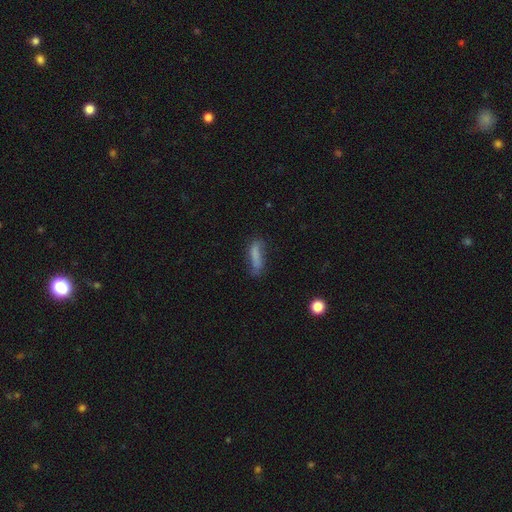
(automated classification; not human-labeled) Morphology: type=smooth (74%); roundness=cigar-shaped (65%); merging=none (58%).